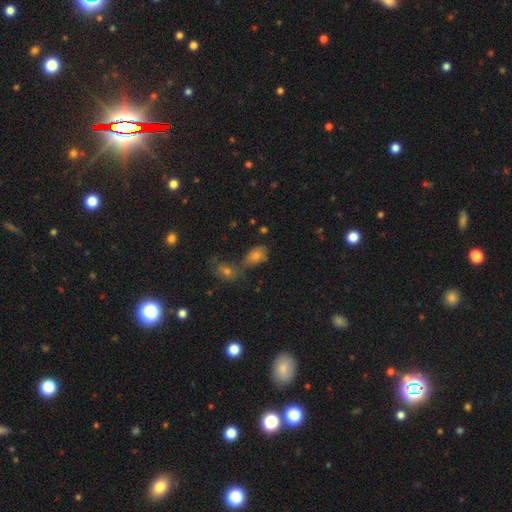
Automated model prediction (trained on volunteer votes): smooth 63%, star or artifact 19%, featured or disk 18%. Down the decision tree: how rounded — in between (78%); merging — none (42%).